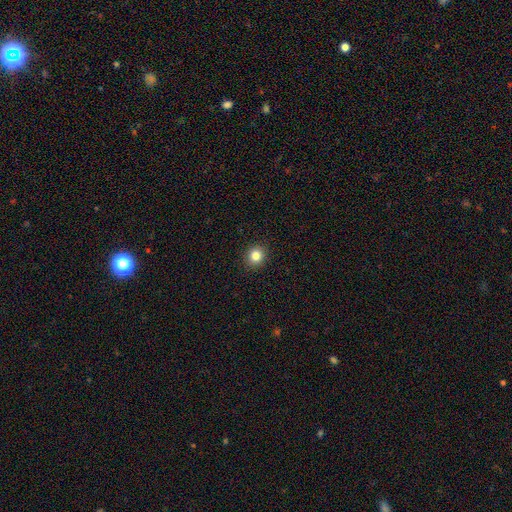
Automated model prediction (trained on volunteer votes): The model was most divided on "smooth or featured": smooth: 83%, star or artifact: 12%, featured or disk: 6%. More confident: merging — none (92%); how rounded — round (85%).